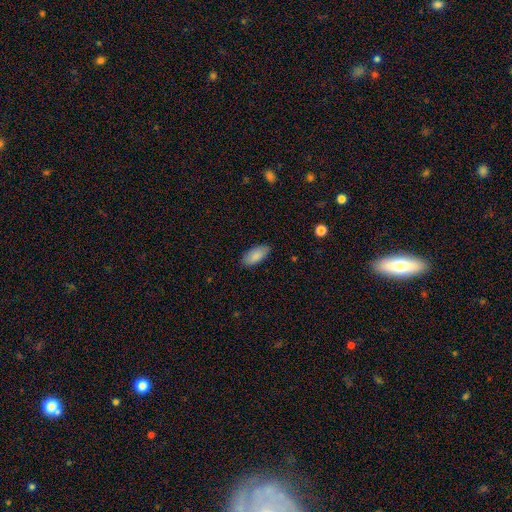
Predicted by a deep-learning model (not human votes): This is clearly a smooth galaxy (87%). How rounded: clearly in between (90%). Merging: clearly none (85%).